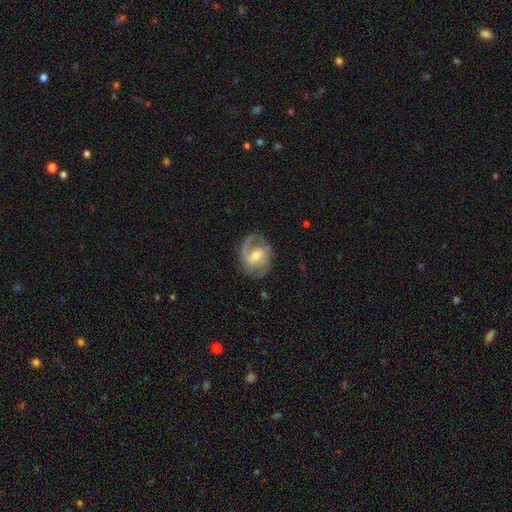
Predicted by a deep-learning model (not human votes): A featured or disk galaxy (82%) with a weak bar (52%), 2 (74%) medium (52%) spiral arms (94%) and a moderate central bulge (57%).

Vote fractions:
- Smooth or featured? featured or disk: 82% / smooth: 12% / star or artifact: 5%
- Edge-on disk? no: 97% / yes: 3%
- Bar? weak: 52% / strong: 24% / no: 24%
- Spiral arms? yes: 94% / no: 6%
- Spiral winding? medium: 52% / tight: 24% / loose: 24%
- Spiral arm count? 2: 74% / can't tell: 8% / 3: 7% / 1: 7% / 4: 2% / more than 4: 2%
- Bulge size? moderate: 57% / small: 35% / large: 5% / none: 2% / dominant: 1%
- Merging? none: 72% / minor disturbance: 17% / major disturbance: 10% / merger: 1%